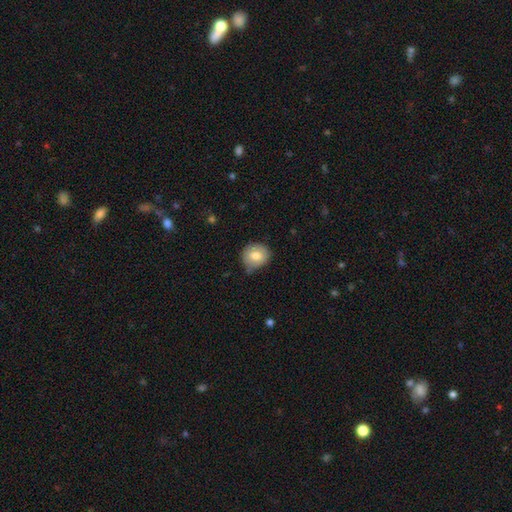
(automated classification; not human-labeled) smooth-or-featured: smooth: 77% | featured or disk: 15% | star or artifact: 8%
  how-rounded: round: 77% | in between: 22% | cigar-shaped: 1%
  merging: none: 70% | minor disturbance: 23% | major disturbance: 4% | merger: 3%